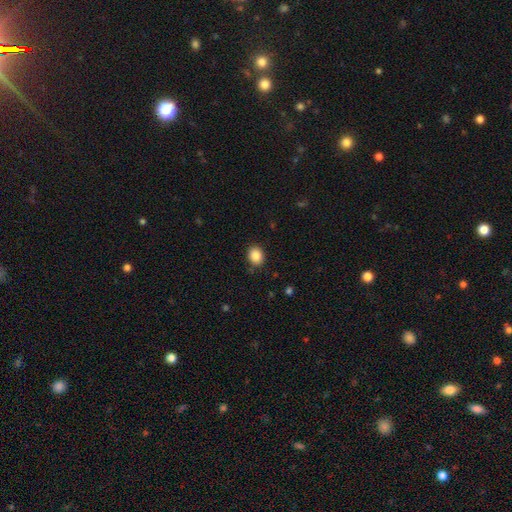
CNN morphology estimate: Overall: smooth (87%). How rounded: round (56%; in between 43%). Merging: none (87%).